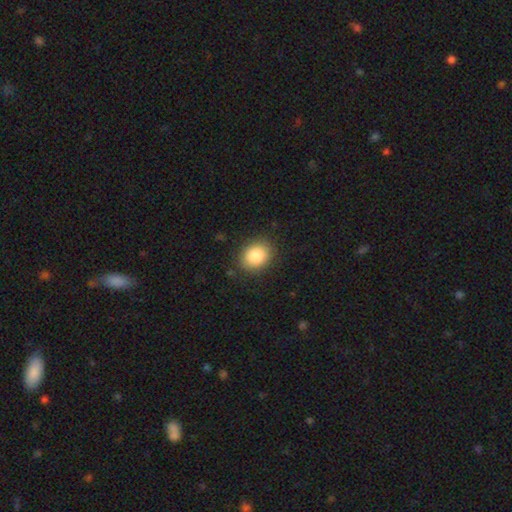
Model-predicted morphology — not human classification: Smooth or featured? Predicted: smooth (p=0.86). How rounded? Predicted: in between (p=0.50). Merging? Predicted: none (p=0.86).